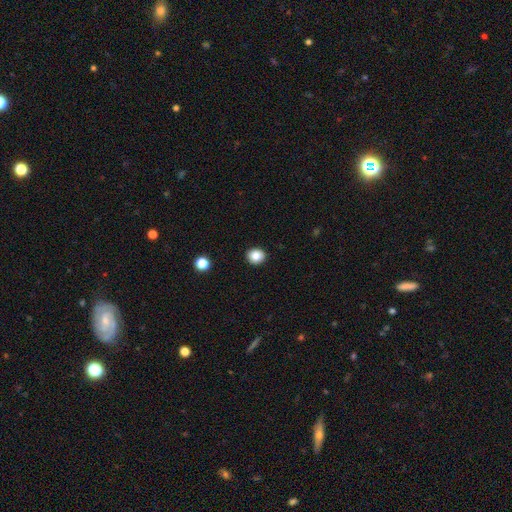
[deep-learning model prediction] Smooth or featured?
  - smooth: 85% *
  - star or artifact: 10%
  - featured or disk: 5%
How rounded?
  - round: 80% *
  - in between: 19%
  - cigar-shaped: 1%
Merging?
  - none: 92% *
  - minor disturbance: 5%
  - major disturbance: 2%
  - merger: 1%